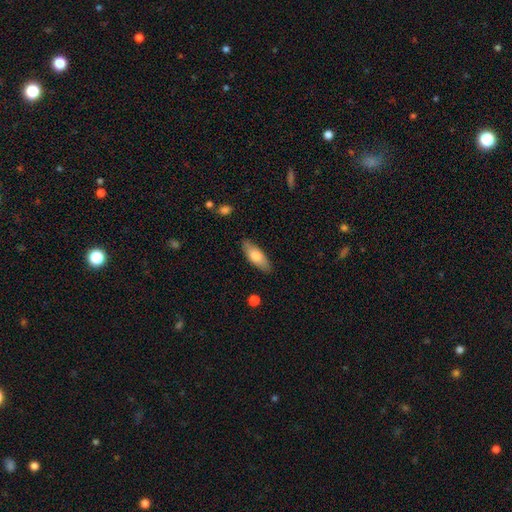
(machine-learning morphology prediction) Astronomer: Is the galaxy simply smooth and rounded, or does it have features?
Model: smooth — 72%.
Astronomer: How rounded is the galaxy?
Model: in between — 71%.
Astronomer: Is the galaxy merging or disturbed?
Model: none — 85%.